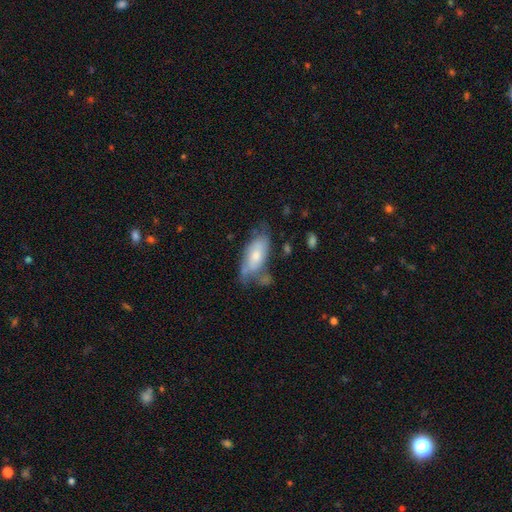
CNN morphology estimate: This is possibly a smooth galaxy (48%). Merging: marginally none (43%).